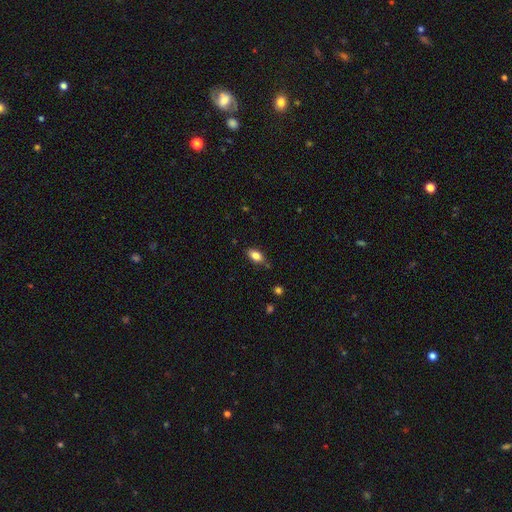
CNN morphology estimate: A smooth galaxy with no disk features (81%) that is in between round and cigar-shaped (89%). Merging: none (79%).